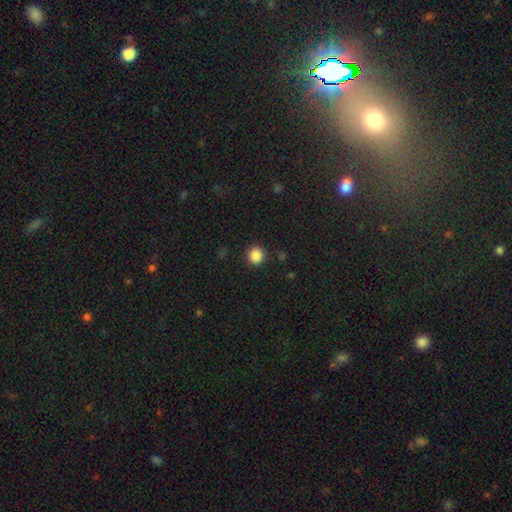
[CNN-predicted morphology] The model was most divided on "smooth or featured": smooth: 87%, star or artifact: 10%, featured or disk: 3%. More confident: merging — none (90%); how rounded — round (89%).